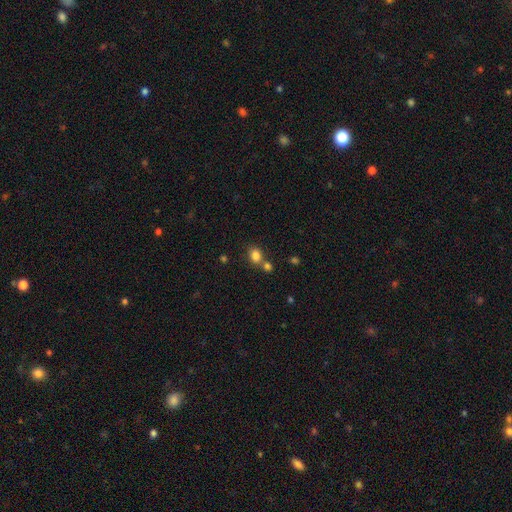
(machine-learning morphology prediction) Smooth or featured?
  - smooth: 82% *
  - star or artifact: 12%
  - featured or disk: 6%
How rounded?
  - round: 56% *
  - in between: 42%
  - cigar-shaped: 1%
Merging?
  - none: 56% *
  - merger: 30%
  - minor disturbance: 10%
  - major disturbance: 4%